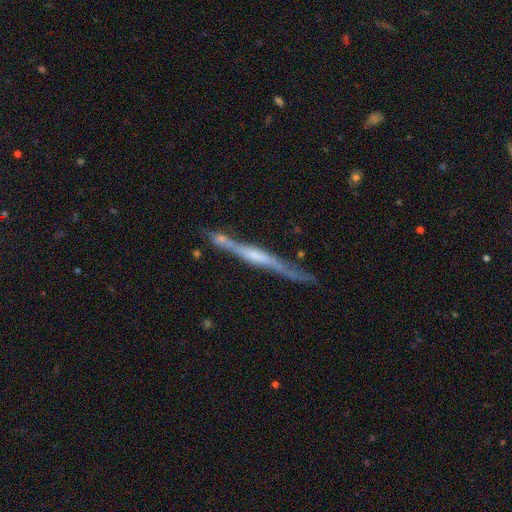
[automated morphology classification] smooth-or-featured: featured or disk: 71% | smooth: 23% | star or artifact: 6%
  disk-edge-on: yes: 94% | no: 6%
    edge-on-bulge: rounded: 36% | none: 32% | boxy: 32%
  merging: none: 65% | minor disturbance: 19% | merger: 11% | major disturbance: 6%